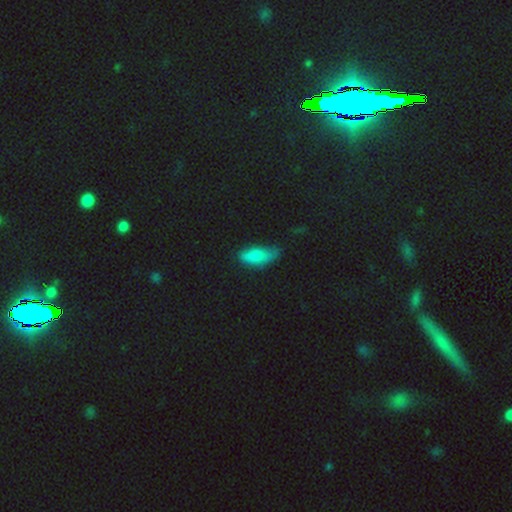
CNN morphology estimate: Q: Smooth or featured?
A: smooth (80%); runner-up: featured or disk (11%)
Q: How rounded?
A: in between (78%); runner-up: cigar-shaped (19%)
Q: Merging?
A: none (46%); runner-up: minor disturbance (38%)